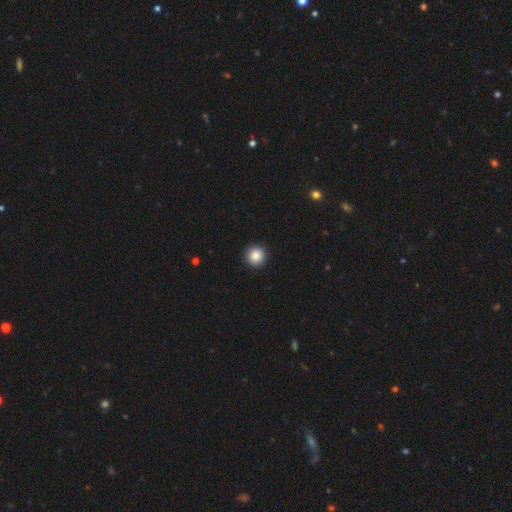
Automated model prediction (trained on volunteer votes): smooth_or_featured: smooth (p=0.86) [alt: star or artifact p=0.09]
how_rounded: round (p=0.96) [alt: in between p=0.03]
merging: none (p=0.93) [alt: minor disturbance p=0.04]